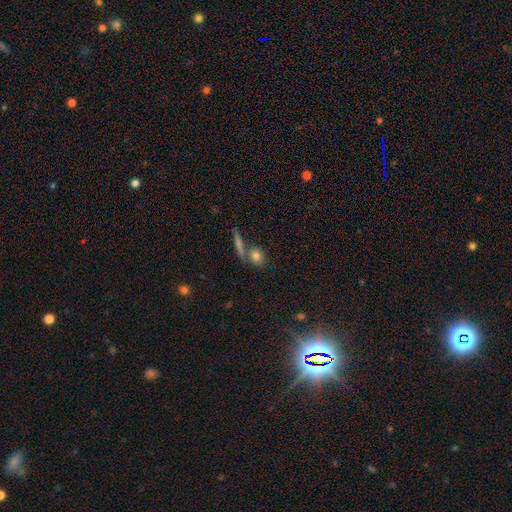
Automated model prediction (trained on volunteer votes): Q: Smooth or featured?
A: smooth (77%); runner-up: featured or disk (12%)
Q: How rounded?
A: round (67%); runner-up: in between (23%)
Q: Merging?
A: none (63%); runner-up: merger (23%)